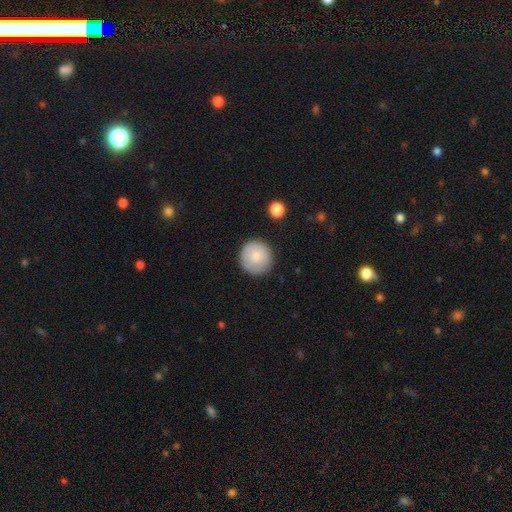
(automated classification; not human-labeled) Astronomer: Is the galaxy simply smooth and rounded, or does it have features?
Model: smooth — 83%.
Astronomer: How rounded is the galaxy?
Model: round — 94%.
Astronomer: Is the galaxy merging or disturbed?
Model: none — 86%.